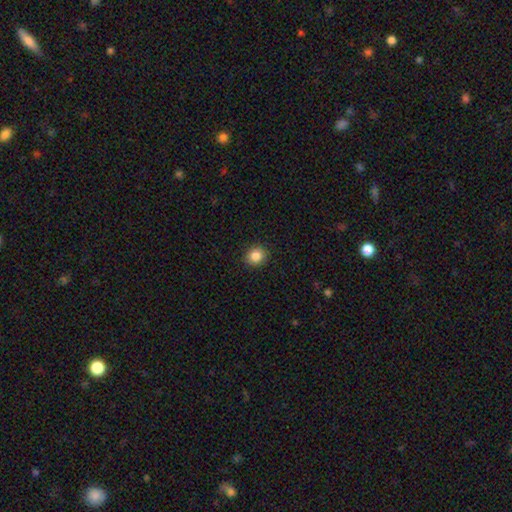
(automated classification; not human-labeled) Overall: smooth (86%). How rounded: round (80%). Merging: none (91%).